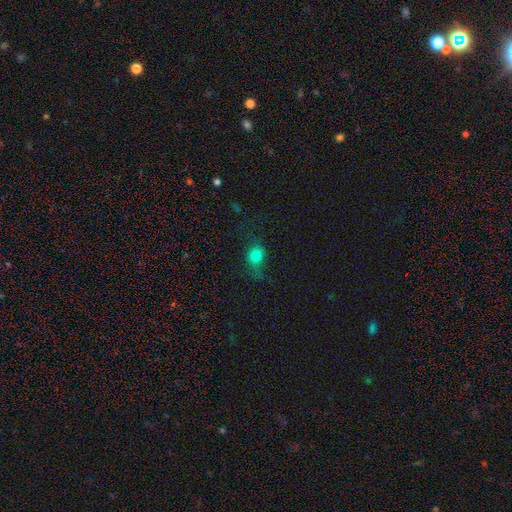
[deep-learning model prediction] This is likely a smooth galaxy (75%). How rounded: possibly round (50%). Merging: possibly none (48%).